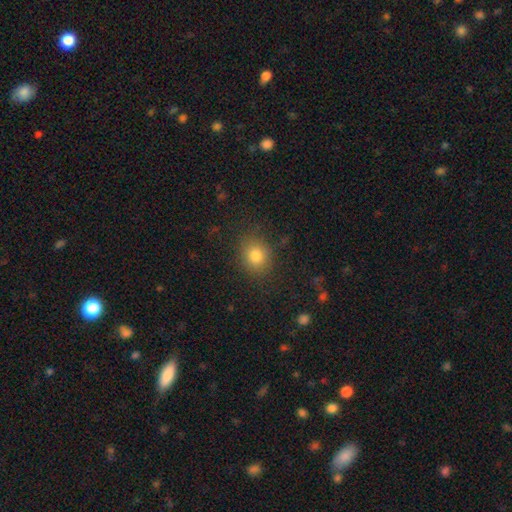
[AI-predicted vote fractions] This appears to be a smooth galaxy with no disk features (80%) that is round (67%). Merging: none (84%).